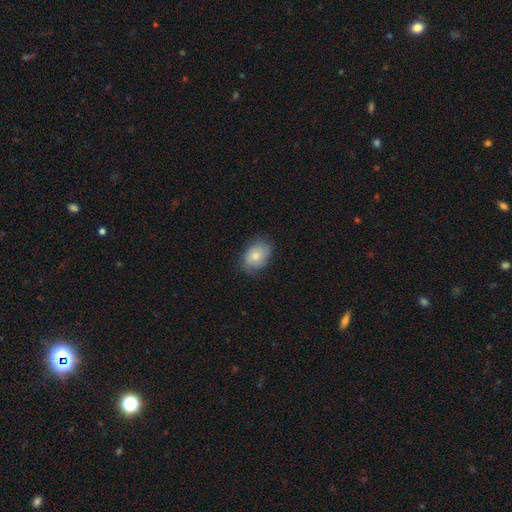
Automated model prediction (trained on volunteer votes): This appears to be a smooth galaxy with no disk features (73%) that is in between round and cigar-shaped (78%). Merging: none (72%).